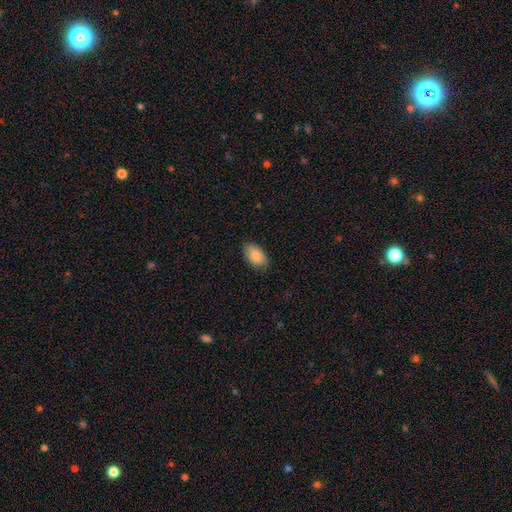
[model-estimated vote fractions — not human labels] Smooth or featured? smooth (86%)
How rounded? in between (94%)
Merging? none (81%)